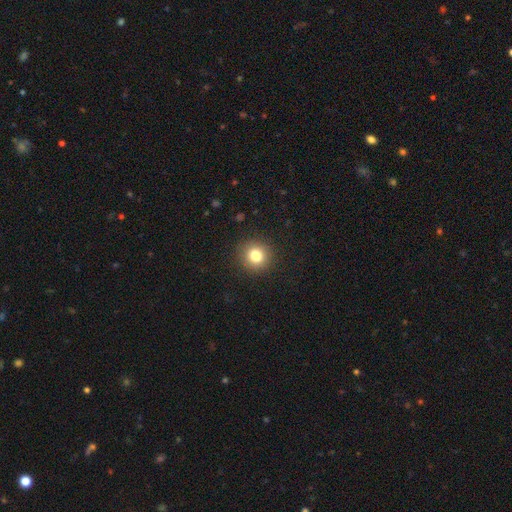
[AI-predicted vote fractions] Smooth or featured?
  - smooth: 80% *
  - star or artifact: 12%
  - featured or disk: 8%
How rounded?
  - round: 90% *
  - in between: 10%
  - cigar-shaped: 1%
Merging?
  - none: 91% *
  - minor disturbance: 6%
  - major disturbance: 2%
  - merger: 1%